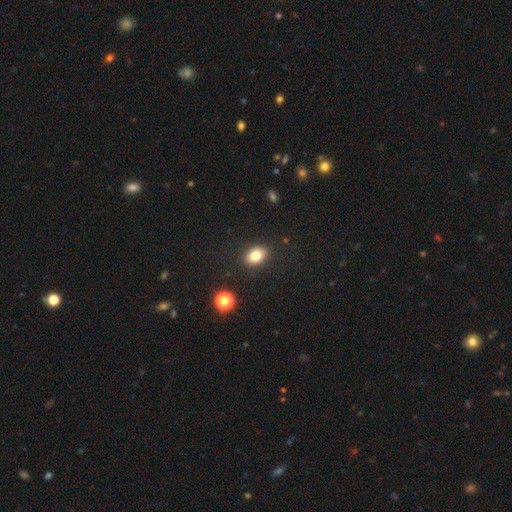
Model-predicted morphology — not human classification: A smooth galaxy with no disk features (82%) that is in between round and cigar-shaped (72%). Merging: none (88%).